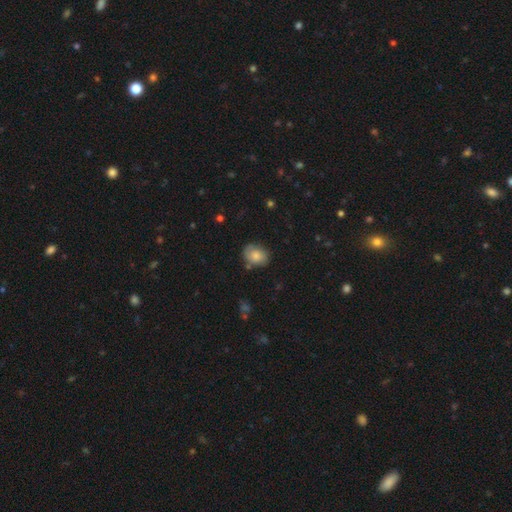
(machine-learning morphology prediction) A smooth galaxy with no disk features (77%) that is in between round and cigar-shaped (56%). Merging: none (71%).